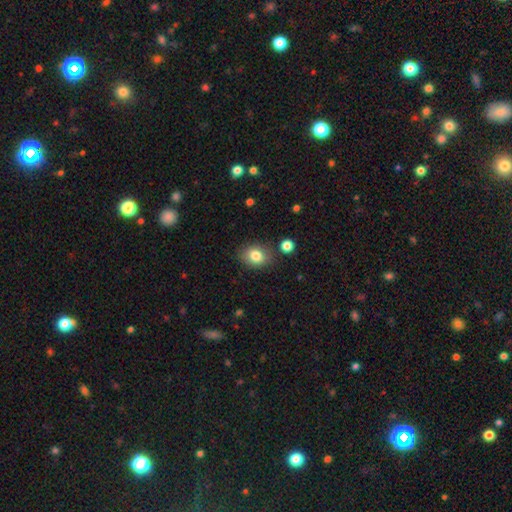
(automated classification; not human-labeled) This is clearly a smooth galaxy (82%). How rounded: possibly in between (58%). Merging: clearly none (81%).